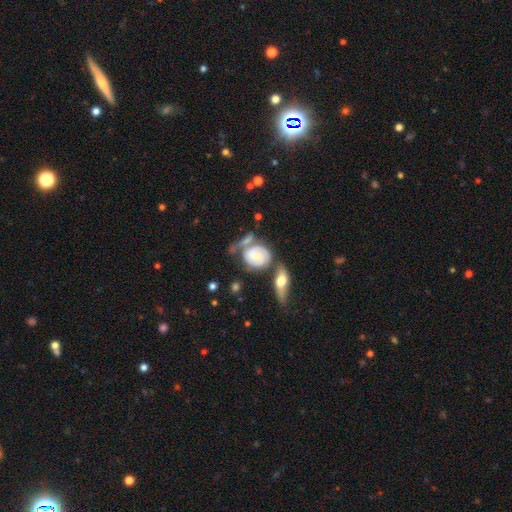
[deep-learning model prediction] featured or disk 50%, smooth 43%, star or artifact 7%. Down the decision tree: merging — none (34%).